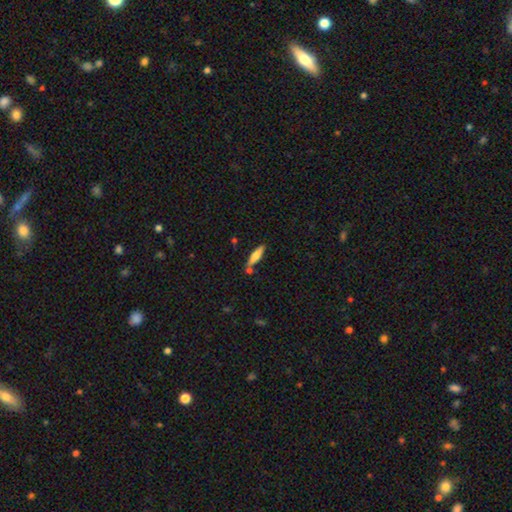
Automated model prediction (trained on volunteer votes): The model was most divided on "smooth or featured": smooth: 67%, featured or disk: 27%, star or artifact: 7%. More confident: how rounded — cigar-shaped (76%); merging — none (74%).